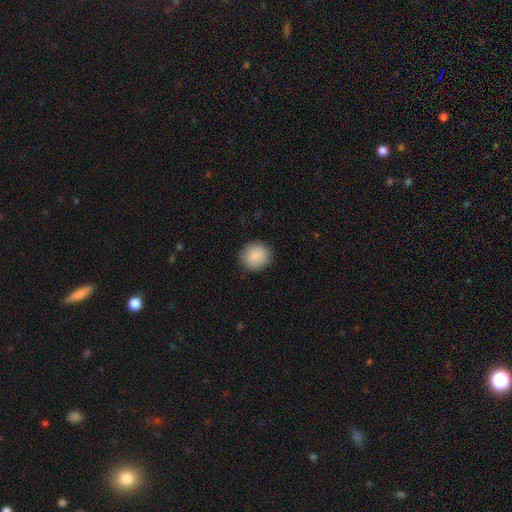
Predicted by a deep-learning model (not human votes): Smooth or featured? Predicted: smooth (p=0.88). How rounded? Predicted: round (p=0.83). Merging? Predicted: none (p=0.88).